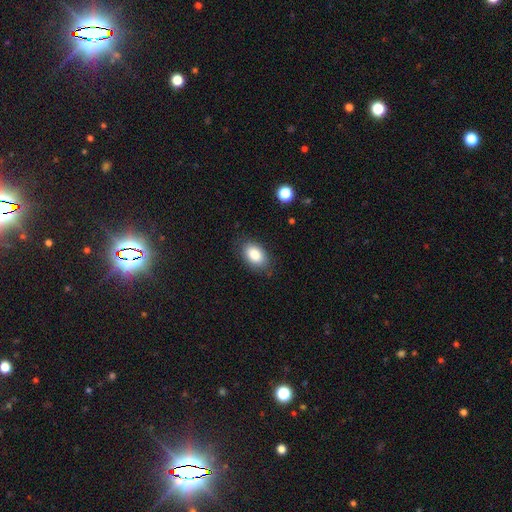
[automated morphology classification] Smooth or featured?
  - smooth: 85% *
  - star or artifact: 8%
  - featured or disk: 7%
How rounded?
  - in between: 89% *
  - round: 9%
  - cigar-shaped: 1%
Merging?
  - none: 82% *
  - minor disturbance: 14%
  - major disturbance: 3%
  - merger: 1%